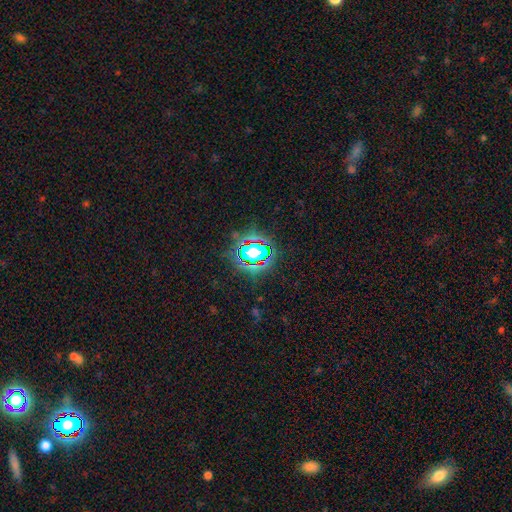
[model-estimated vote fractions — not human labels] The model was most divided on "smooth or featured": star or artifact: 78%, smooth: 13%, featured or disk: 8%.